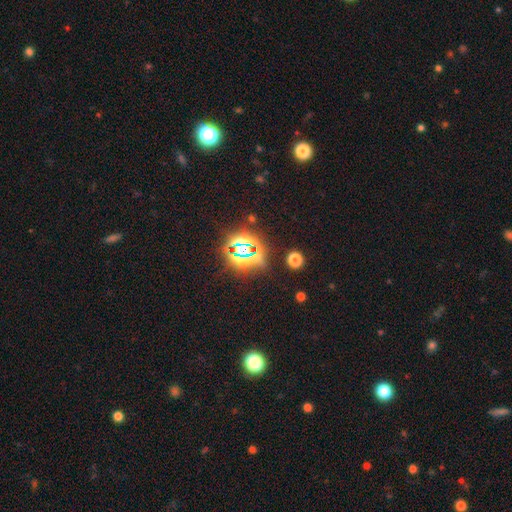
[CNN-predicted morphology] This appears to be a star or artifact, not a galaxy (74%).